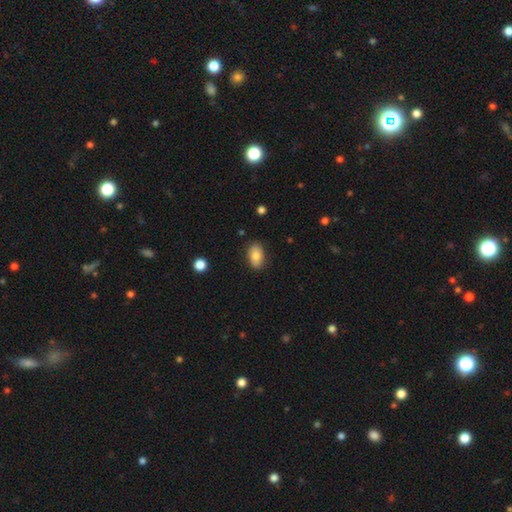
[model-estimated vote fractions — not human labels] Smooth or featured? smooth (81%)
How rounded? in between (90%)
Merging? none (83%)